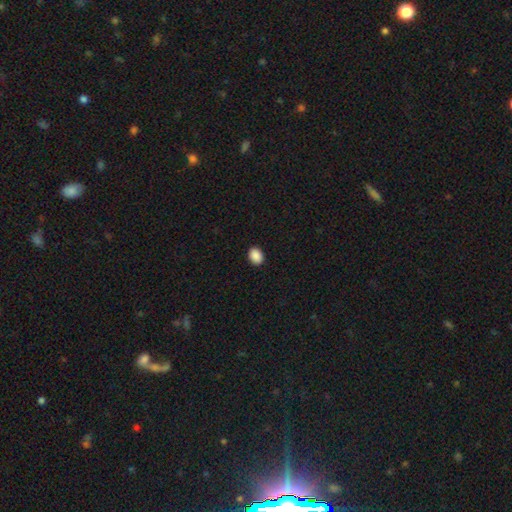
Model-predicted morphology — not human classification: Smooth or featured? Predicted: smooth (p=0.90). How rounded? Predicted: in between (p=0.66). Merging? Predicted: none (p=0.91).